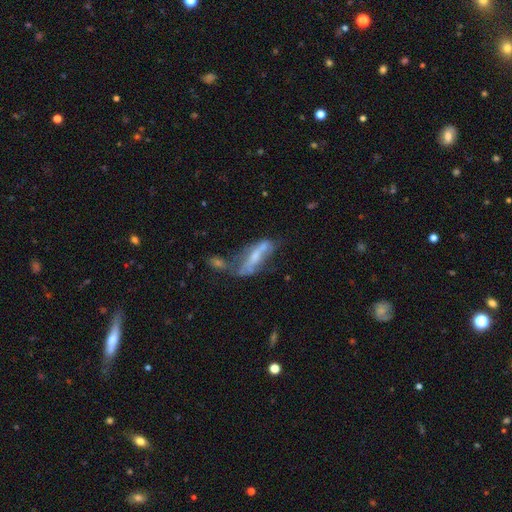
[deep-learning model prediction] smooth-or-featured: featured or disk: 60% | smooth: 31% | star or artifact: 9%
  disk-edge-on: no: 68% | yes: 32%
  merging: none: 28% | merger: 26% | major disturbance: 25% | minor disturbance: 21%